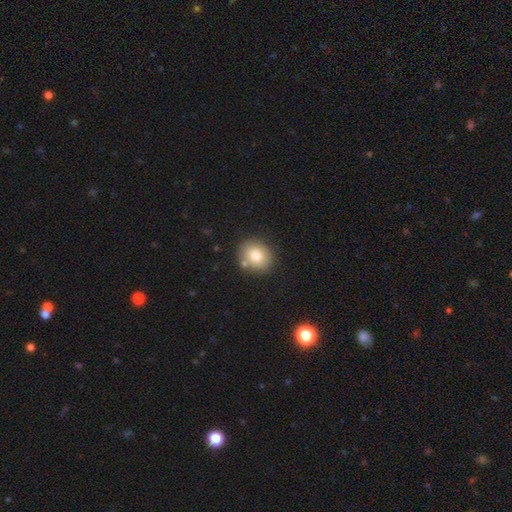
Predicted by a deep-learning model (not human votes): A smooth galaxy with no disk features (78%) that is round (66%).

Vote fractions:
- Smooth or featured? smooth: 78% / featured or disk: 13% / star or artifact: 9%
- How rounded? round: 66% / in between: 33% / cigar-shaped: 1%
- Merging? none: 78% / minor disturbance: 12% / merger: 8% / major disturbance: 3%